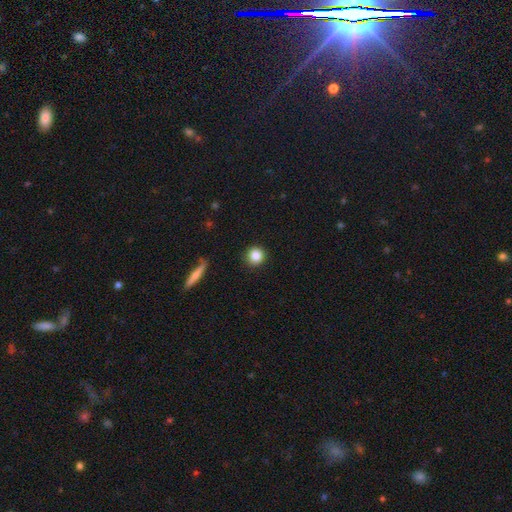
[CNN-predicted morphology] smooth 84%, star or artifact 10%, featured or disk 6%. Down the decision tree: how rounded — round (93%); merging — none (92%).